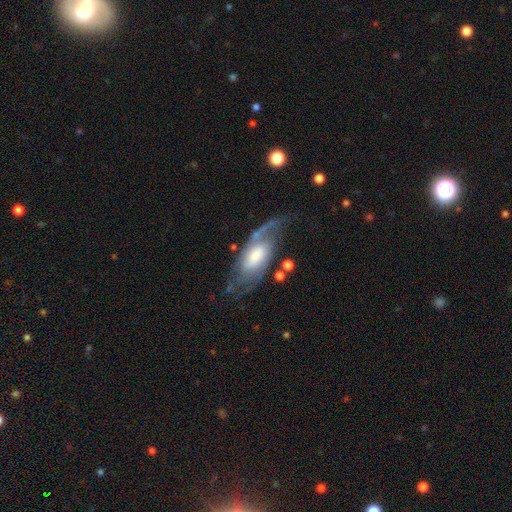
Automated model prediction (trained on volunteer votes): This is clearly a featured or disk galaxy (81%). It is clearly not viewed edge-on (93%). Bar: possibly no (54%). Spiral arm pattern: clearly yes (95%). Spiral arm count: likely 2 (74%). Spiral winding: possibly medium (46%). Central bulge: marginally large (38%). Merging: likely none (60%).